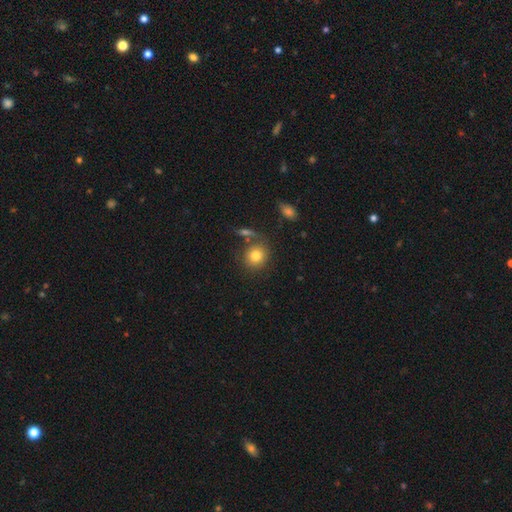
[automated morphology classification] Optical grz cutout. It shows a smooth galaxy with no disk features (79%) that is round (84%). Merging: none (73%).